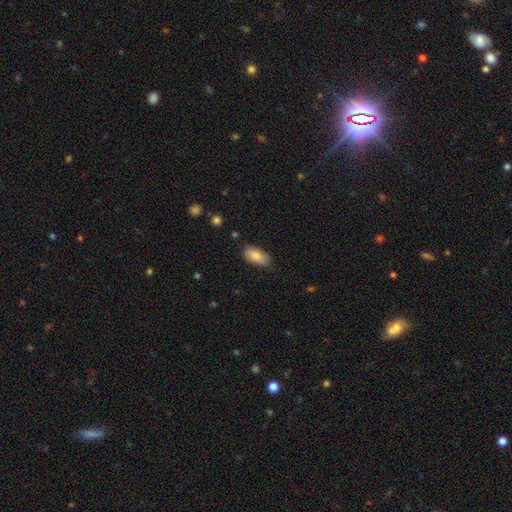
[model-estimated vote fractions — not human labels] This is clearly a smooth galaxy (83%). How rounded: clearly in between (92%). Merging: likely none (80%).